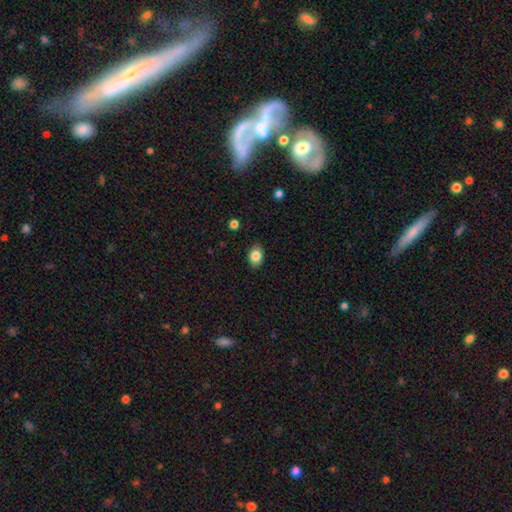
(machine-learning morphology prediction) Smooth or featured: smooth — 83% (featured or disk — 9%)
How rounded: in between — 77% (round — 22%)
Merging: none — 86% (minor disturbance — 11%)